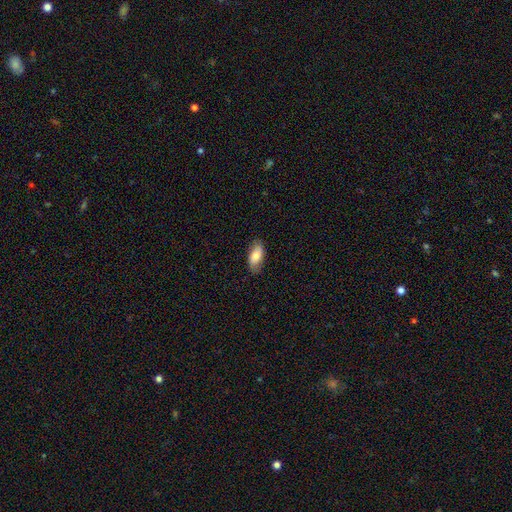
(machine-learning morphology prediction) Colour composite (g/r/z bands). It shows a smooth galaxy with no disk features (78%) that is in between round and cigar-shaped (90%). Merging: none (82%).